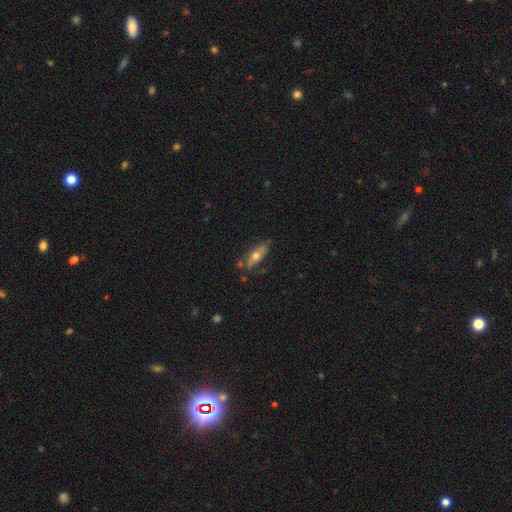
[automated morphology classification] type=featured or disk (47%); merging=none (65%).